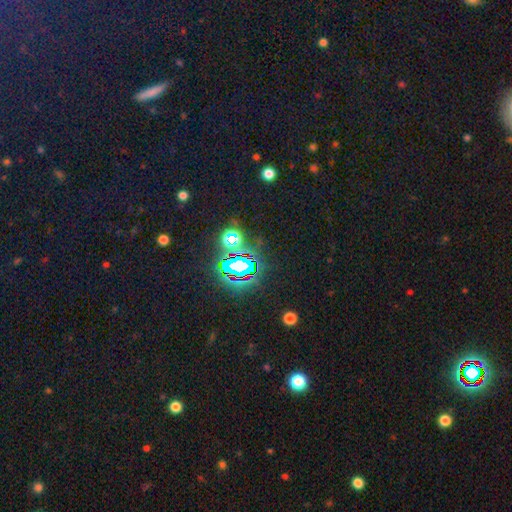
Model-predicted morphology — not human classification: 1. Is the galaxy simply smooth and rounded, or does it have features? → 82% star or artifact, 11% smooth, 7% featured or disk.